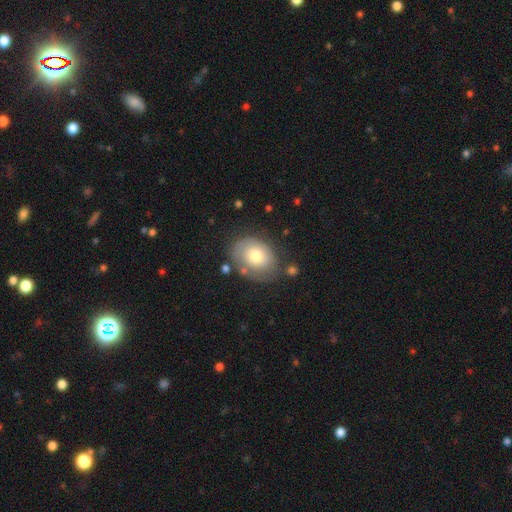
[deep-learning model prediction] Smooth or featured? Predicted: smooth (p=0.59). How rounded? Predicted: in between (p=0.61). Merging? Predicted: none (p=0.64).